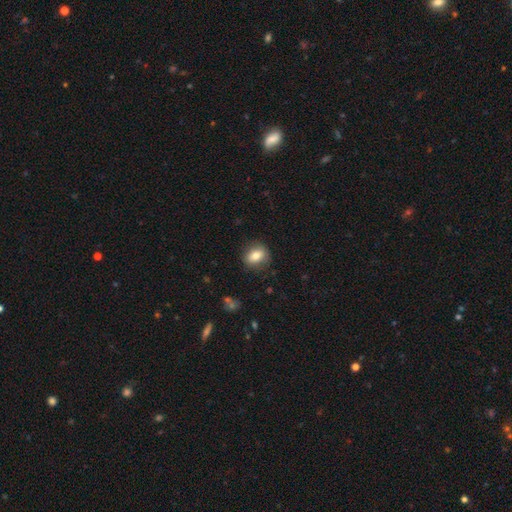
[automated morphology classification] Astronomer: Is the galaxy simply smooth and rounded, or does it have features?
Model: smooth — 77%.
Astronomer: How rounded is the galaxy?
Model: in between — 50% (runner-up: round, 48%).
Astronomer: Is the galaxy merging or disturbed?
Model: none — 83%.